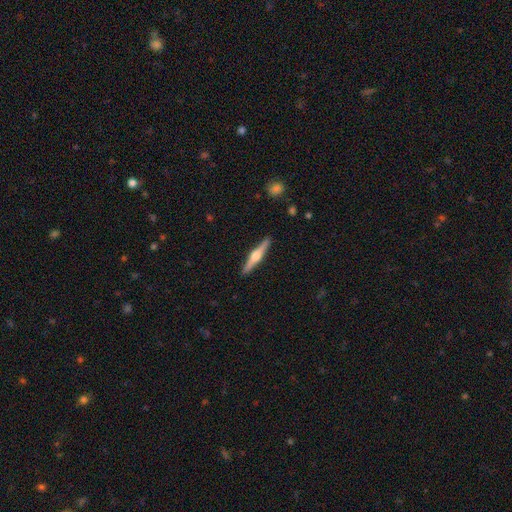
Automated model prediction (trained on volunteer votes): Overall: featured or disk (72%). Edge-on disk: yes (98%). Edge-on bulge: rounded (92%). Merging: none (91%).